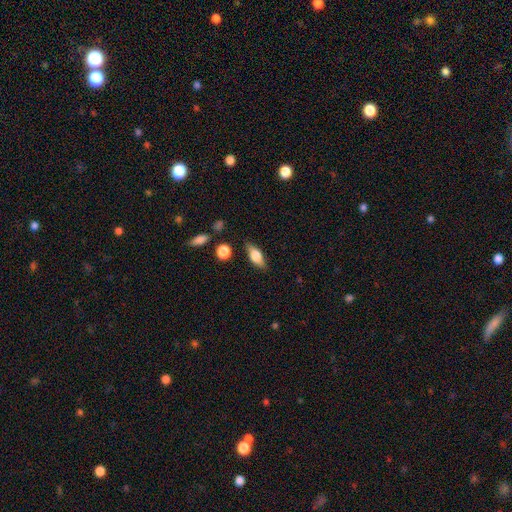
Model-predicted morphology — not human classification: Smooth or featured? Predicted: smooth (p=0.64). How rounded? Predicted: in between (p=0.75). Merging? Predicted: none (p=0.82).